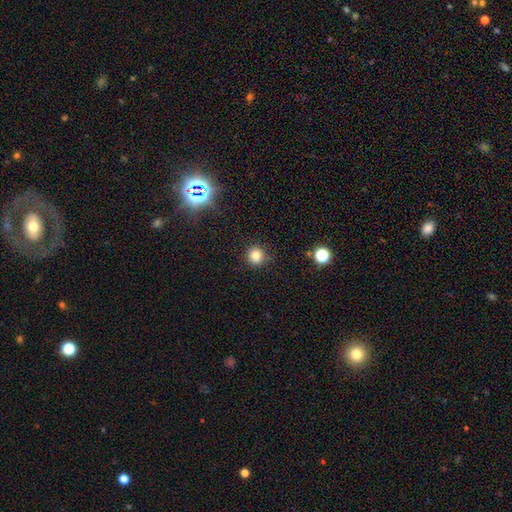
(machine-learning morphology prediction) This appears to be a smooth galaxy with no disk features (79%) that is round (92%). Merging: none (88%).